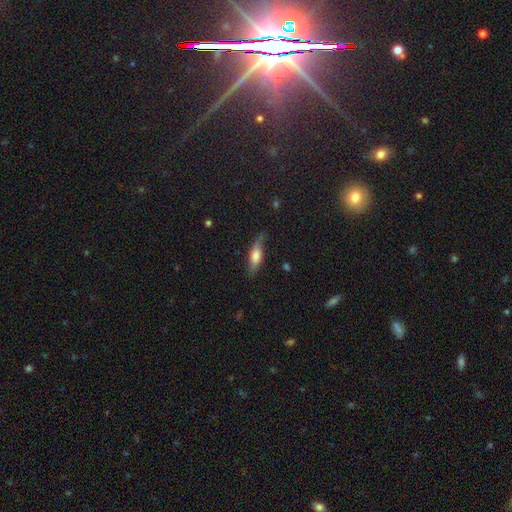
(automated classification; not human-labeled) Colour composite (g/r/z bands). It shows a smooth galaxy with no disk features (56%) that is cigar-shaped (53%). Merging: none (74%).